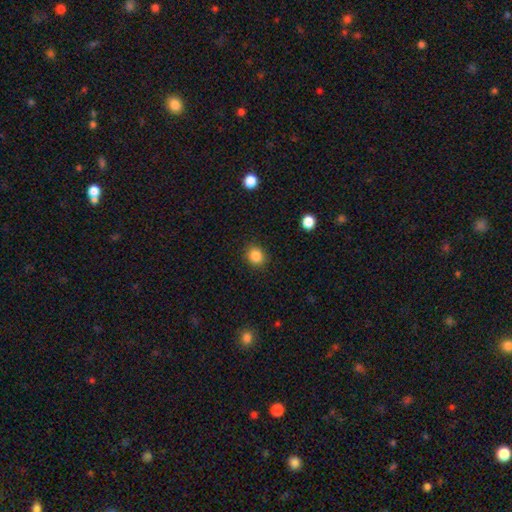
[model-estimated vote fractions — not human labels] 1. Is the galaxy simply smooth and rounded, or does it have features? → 86% smooth, 10% star or artifact, 4% featured or disk.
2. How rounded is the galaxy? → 77% round, 22% in between, 1% cigar-shaped.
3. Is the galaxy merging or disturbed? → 88% none, 8% minor disturbance, 2% major disturbance, 1% merger.